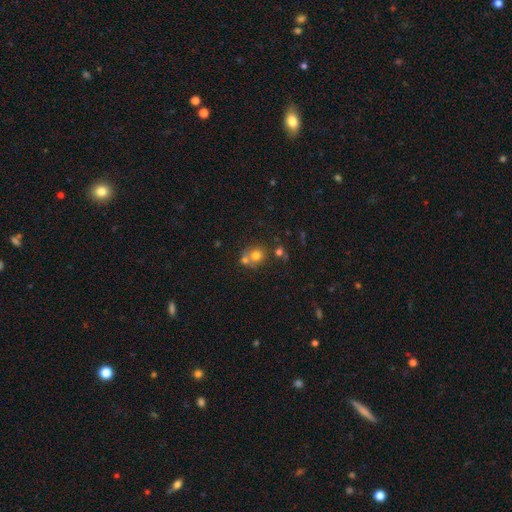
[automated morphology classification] smooth-or-featured: smooth: 70% | featured or disk: 16% | star or artifact: 14%
  how-rounded: round: 80% | in between: 19% | cigar-shaped: 1%
  merging: merger: 45% | none: 42% | minor disturbance: 8% | major disturbance: 4%